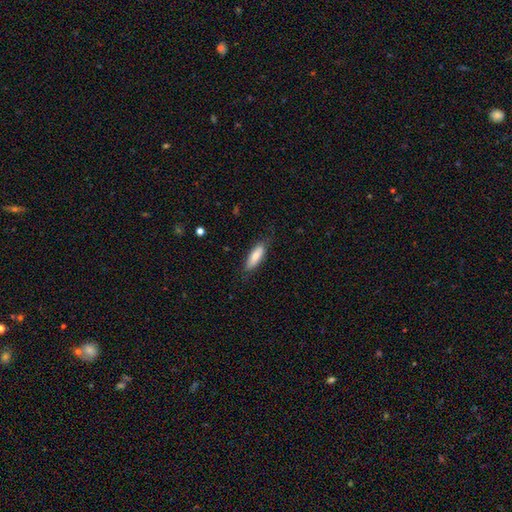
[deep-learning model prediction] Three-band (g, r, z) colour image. It shows a smooth galaxy with no disk features (78%) that is in between round and cigar-shaped (52%). Merging: none (74%).